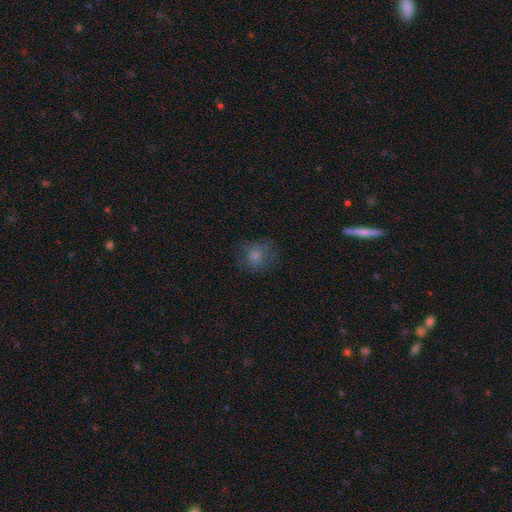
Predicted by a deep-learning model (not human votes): Smooth or featured?
  - smooth: 76% *
  - star or artifact: 12%
  - featured or disk: 12%
How rounded?
  - round: 77% *
  - in between: 22%
  - cigar-shaped: 1%
Merging?
  - none: 70% *
  - minor disturbance: 18%
  - major disturbance: 11%
  - merger: 1%